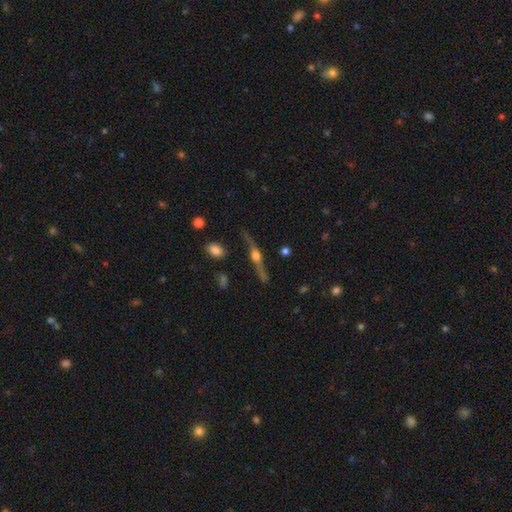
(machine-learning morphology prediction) This is likely a featured or disk galaxy (79%). It is clearly viewed edge-on (95%). Edge-on bulge: clearly rounded (94%). Merging: likely none (79%).